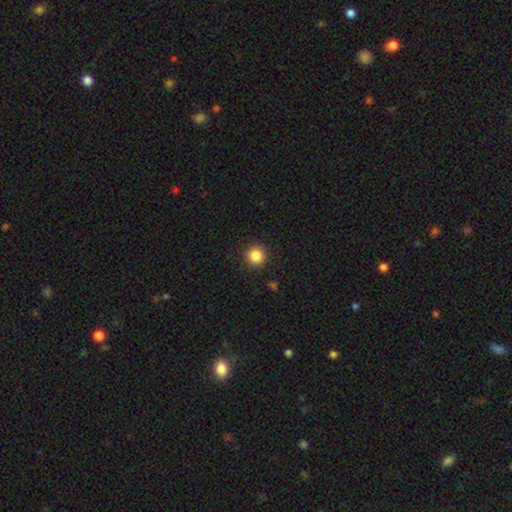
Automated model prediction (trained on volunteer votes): A smooth galaxy with no disk features (86%) that is round (95%).

Vote fractions:
- Smooth or featured? smooth: 86% / star or artifact: 10% / featured or disk: 4%
- How rounded? round: 95% / in between: 4% / cigar-shaped: 1%
- Merging? none: 92% / minor disturbance: 5% / major disturbance: 2% / merger: 1%